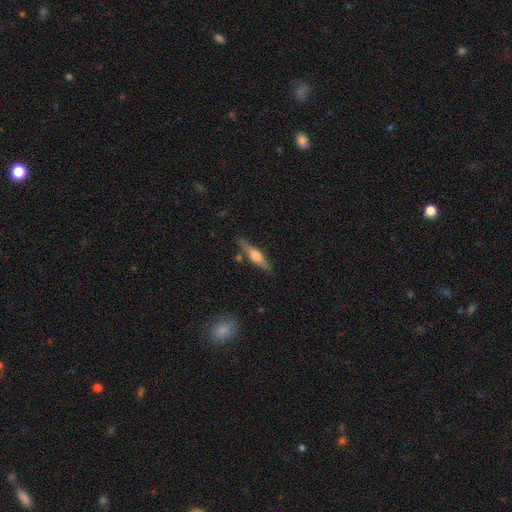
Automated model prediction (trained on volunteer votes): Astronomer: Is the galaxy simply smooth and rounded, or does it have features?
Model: featured or disk — 67%.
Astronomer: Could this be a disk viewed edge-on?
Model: yes — 97%.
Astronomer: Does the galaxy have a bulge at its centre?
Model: rounded — 88%.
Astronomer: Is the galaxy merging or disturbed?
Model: none — 84%.